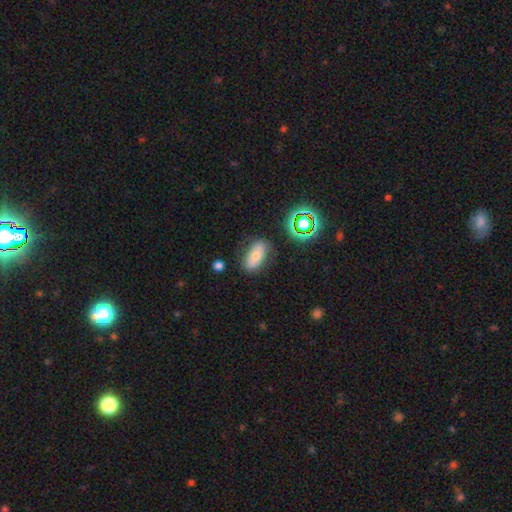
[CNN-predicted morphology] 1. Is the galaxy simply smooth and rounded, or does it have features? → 65% smooth, 22% featured or disk, 13% star or artifact.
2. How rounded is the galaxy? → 87% in between, 7% cigar-shaped, 6% round.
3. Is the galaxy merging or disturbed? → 76% none, 16% minor disturbance, 5% major disturbance, 3% merger.